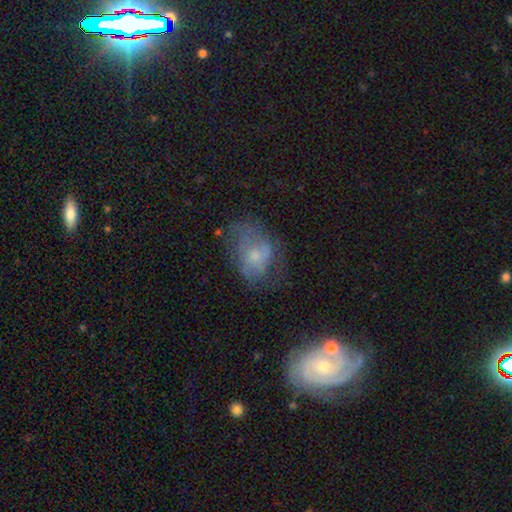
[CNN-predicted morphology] This is possibly a smooth galaxy (46%). Merging: marginally none (40%).